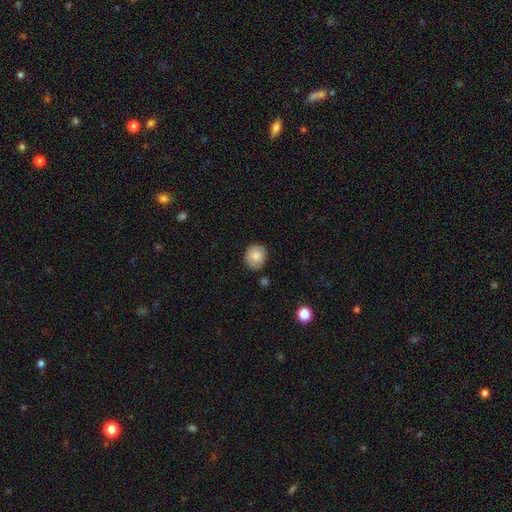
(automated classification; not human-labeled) smooth 85%, star or artifact 8%, featured or disk 7%. Down the decision tree: how rounded — round (78%); merging — none (80%).